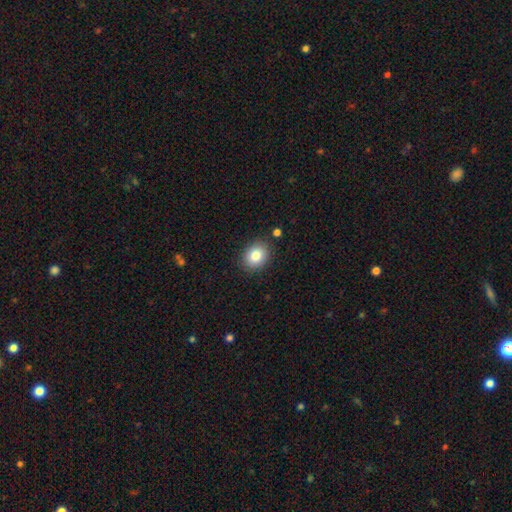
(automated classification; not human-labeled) A smooth galaxy with no disk features (83%) that is round (51%).

Vote fractions:
- Smooth or featured? smooth: 83% / star or artifact: 9% / featured or disk: 8%
- How rounded? round: 51% / in between: 48% / cigar-shaped: 1%
- Merging? none: 86% / minor disturbance: 9% / major disturbance: 2% / merger: 2%